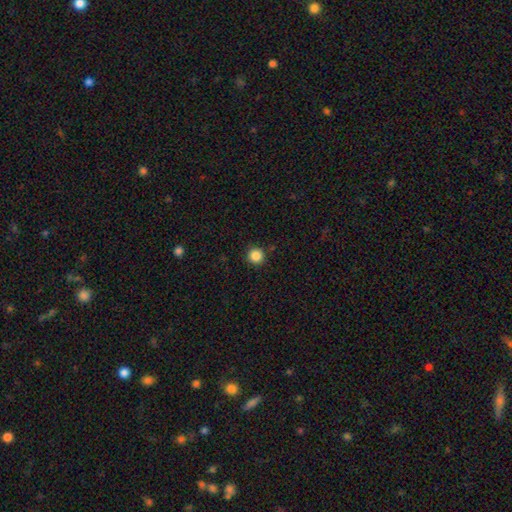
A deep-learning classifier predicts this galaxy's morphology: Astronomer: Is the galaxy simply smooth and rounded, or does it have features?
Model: smooth — 86%.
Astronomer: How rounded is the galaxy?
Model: round — 95%.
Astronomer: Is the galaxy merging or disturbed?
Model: none — 91%.